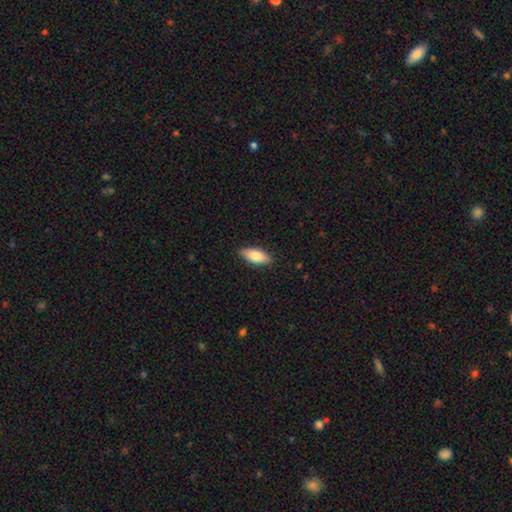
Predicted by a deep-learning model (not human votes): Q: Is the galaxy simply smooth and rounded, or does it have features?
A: smooth — 81%.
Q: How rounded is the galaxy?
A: in between — 81%.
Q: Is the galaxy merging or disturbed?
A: none — 87%.